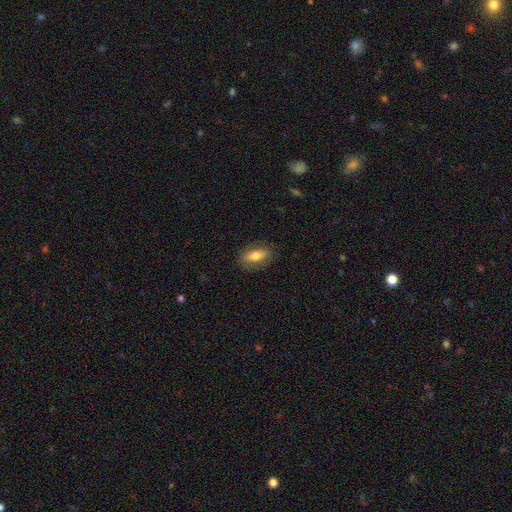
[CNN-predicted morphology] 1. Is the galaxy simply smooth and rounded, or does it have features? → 66% smooth, 27% featured or disk, 7% star or artifact.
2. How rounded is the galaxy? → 79% in between, 16% cigar-shaped, 6% round.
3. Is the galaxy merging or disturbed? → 84% none, 12% minor disturbance, 4% major disturbance, 1% merger.